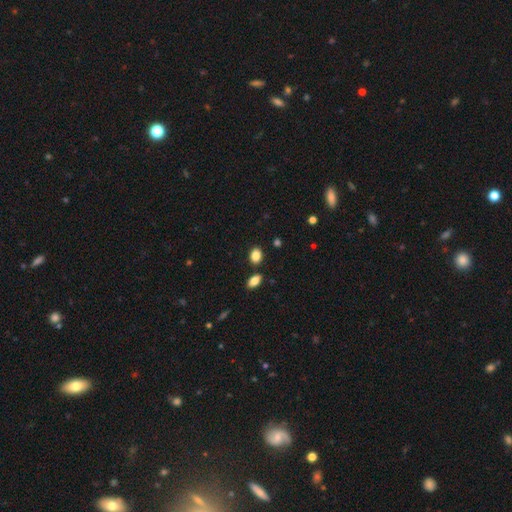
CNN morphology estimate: Smooth or featured: smooth — 86% (star or artifact — 9%)
How rounded: in between — 71% (round — 27%)
Merging: none — 81% (minor disturbance — 9%)